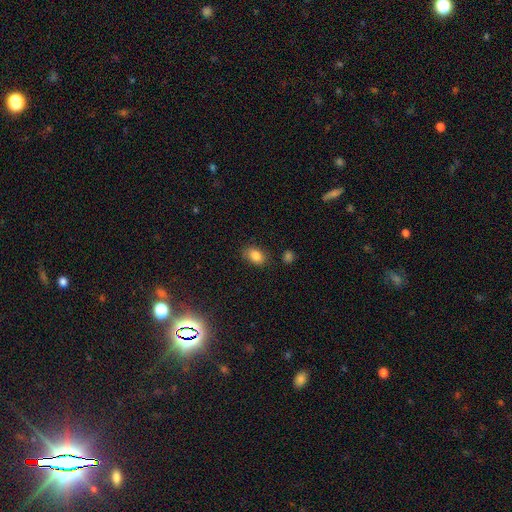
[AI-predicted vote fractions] Smooth or featured?
  - smooth: 85% *
  - star or artifact: 9%
  - featured or disk: 6%
How rounded?
  - in between: 84% *
  - round: 14%
  - cigar-shaped: 1%
Merging?
  - none: 82% *
  - minor disturbance: 13%
  - major disturbance: 3%
  - merger: 2%